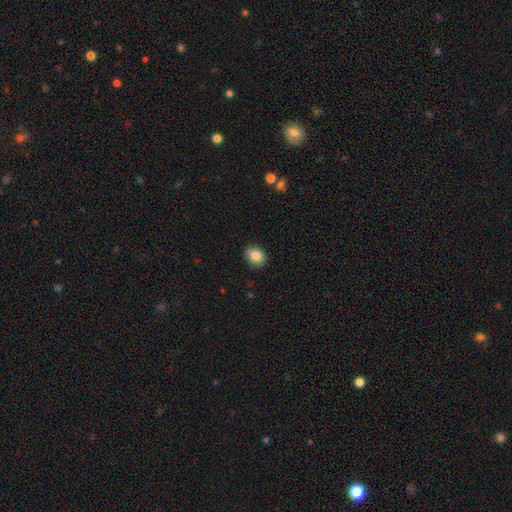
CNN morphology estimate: smooth-or-featured: smooth: 85% | star or artifact: 9% | featured or disk: 6%
  how-rounded: in between: 50% | round: 49% | cigar-shaped: 1%
  merging: none: 89% | minor disturbance: 8% | major disturbance: 2% | merger: 1%